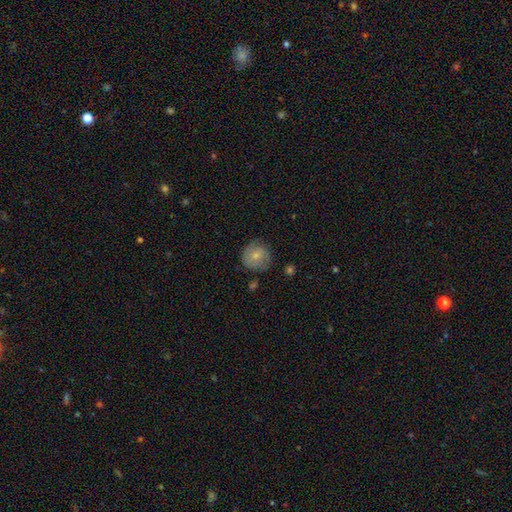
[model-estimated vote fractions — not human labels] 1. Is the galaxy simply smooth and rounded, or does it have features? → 58% smooth, 35% featured or disk, 7% star or artifact.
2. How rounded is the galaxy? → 89% round, 10% in between, 1% cigar-shaped.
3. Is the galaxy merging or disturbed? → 73% none, 19% minor disturbance, 5% major disturbance, 2% merger.